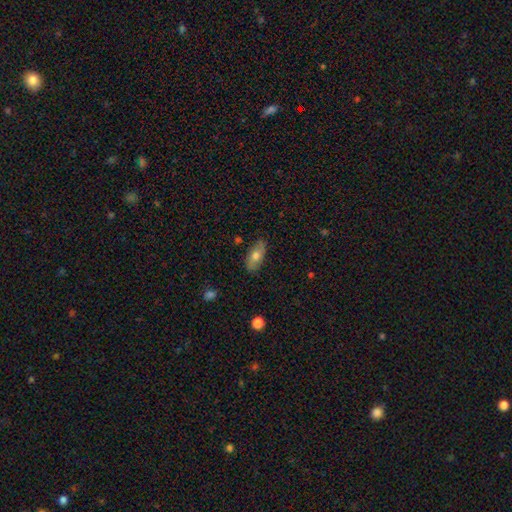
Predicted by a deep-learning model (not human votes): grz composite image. It shows a smooth galaxy with no disk features (69%) that is in between round and cigar-shaped (86%). Merging: none (82%).